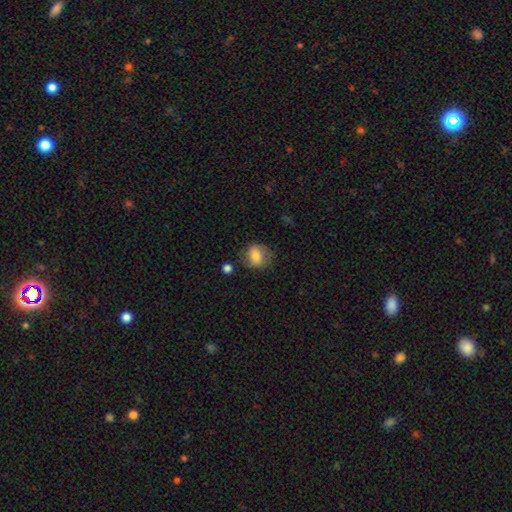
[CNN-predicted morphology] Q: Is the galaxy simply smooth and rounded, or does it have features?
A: smooth — 72%.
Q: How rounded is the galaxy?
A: round — 56%.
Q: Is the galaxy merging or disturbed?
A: none — 64%.